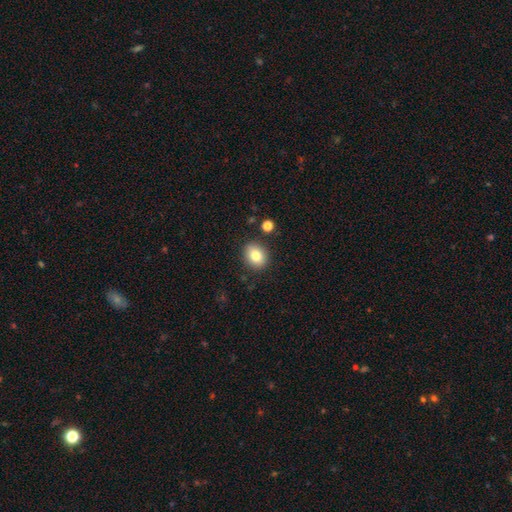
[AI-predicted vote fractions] Morphology: type=smooth (81%); roundness=round (58%); merging=none (86%).